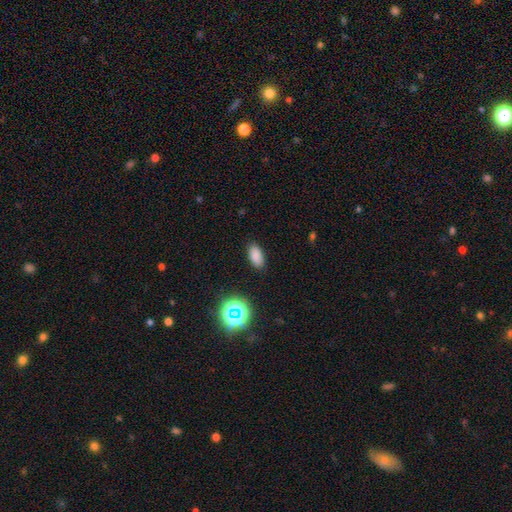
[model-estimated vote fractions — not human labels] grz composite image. It shows a smooth galaxy with no disk features (82%) that is in between round and cigar-shaped (91%). Merging: none (87%).